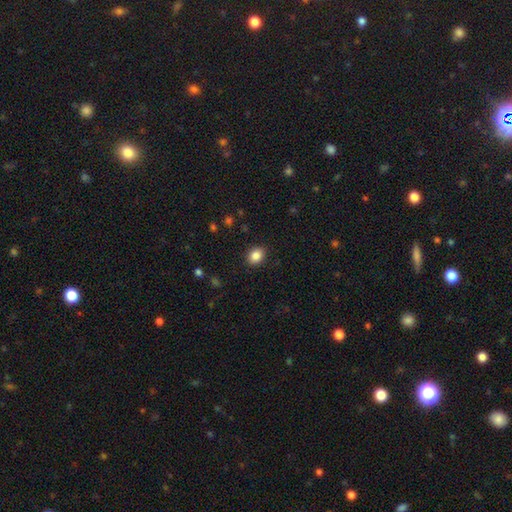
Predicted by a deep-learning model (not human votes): smooth 86%, star or artifact 9%, featured or disk 4%. Down the decision tree: how rounded — in between (52%); merging — none (89%).